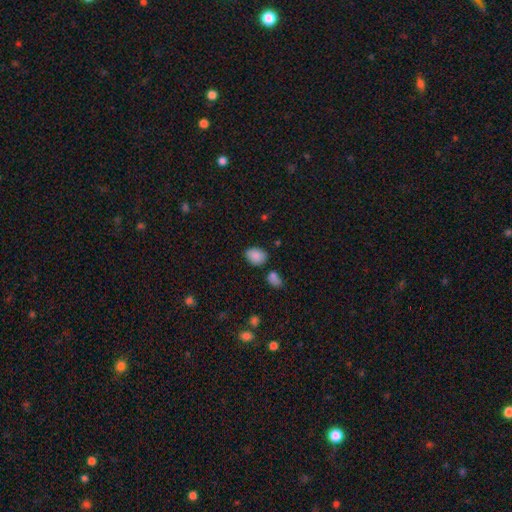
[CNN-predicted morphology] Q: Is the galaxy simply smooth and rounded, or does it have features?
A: smooth — 87%.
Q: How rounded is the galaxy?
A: in between — 70%.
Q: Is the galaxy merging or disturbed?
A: none — 76%.